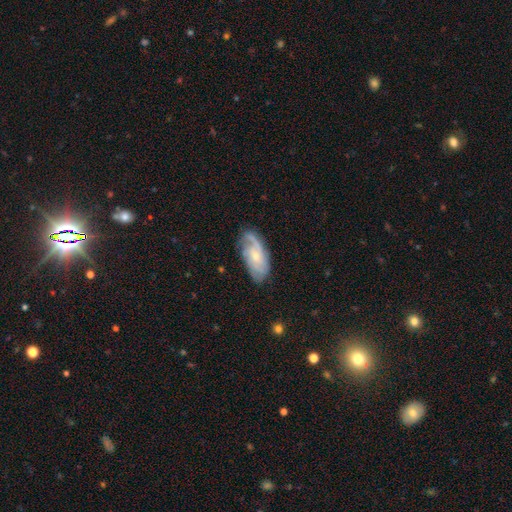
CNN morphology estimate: smooth-or-featured: featured or disk: 73% | smooth: 21% | star or artifact: 6%
  disk-edge-on: no: 94% | yes: 6%
    bar: no: 67% | weak: 28% | strong: 5%
    has-spiral-arms: yes: 92% | no: 8%
      spiral-winding: tight: 43% | medium: 39% | loose: 18%
      spiral-arm-count: 2: 35% | can't tell: 30% | 3: 17% | 1: 10% | 4: 5% | more than 4: 3%
    bulge-size: small: 64% | moderate: 30% | none: 3% | large: 1% | dominant: 1%
  merging: none: 67% | minor disturbance: 23% | major disturbance: 8% | merger: 2%